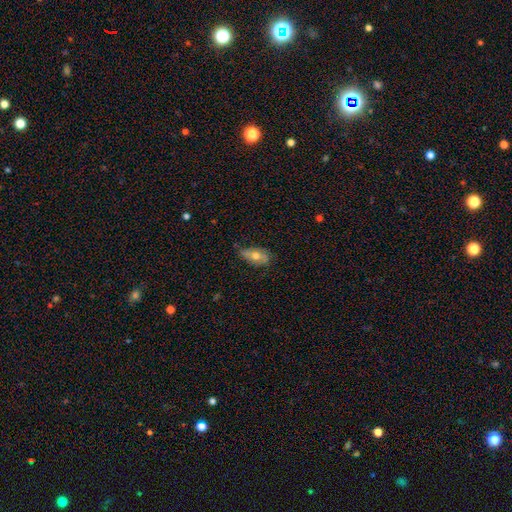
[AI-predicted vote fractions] Smooth or featured?
  - smooth: 61% *
  - featured or disk: 32%
  - star or artifact: 7%
How rounded?
  - in between: 84% *
  - cigar-shaped: 10%
  - round: 5%
Merging?
  - none: 66% *
  - minor disturbance: 27%
  - major disturbance: 5%
  - merger: 2%